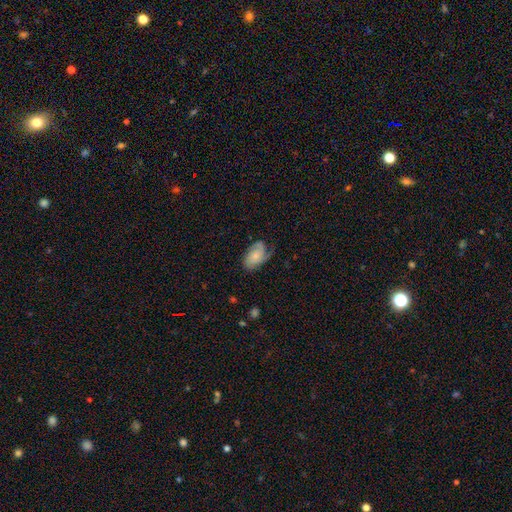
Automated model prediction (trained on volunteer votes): smooth-or-featured: featured or disk: 59% | smooth: 34% | star or artifact: 7%
  disk-edge-on: no: 96% | yes: 4%
    bar: no: 73% | weak: 23% | strong: 4%
    has-spiral-arms: yes: 91% | no: 9%
      spiral-winding: tight: 44% | medium: 37% | loose: 19%
      spiral-arm-count: 2: 42% | can't tell: 20% | 1: 20% | 3: 13% | 4: 3% | more than 4: 2%
    bulge-size: small: 56% | moderate: 26% | none: 13% | large: 4% | dominant: 2%
  merging: none: 58% | minor disturbance: 26% | major disturbance: 15% | merger: 1%